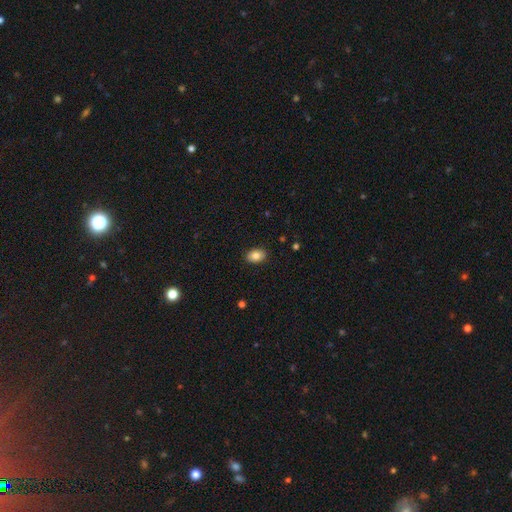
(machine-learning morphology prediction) smooth-or-featured: smooth: 83% | featured or disk: 9% | star or artifact: 8%
  how-rounded: in between: 80% | round: 19% | cigar-shaped: 1%
  merging: none: 89% | minor disturbance: 8% | major disturbance: 2% | merger: 1%